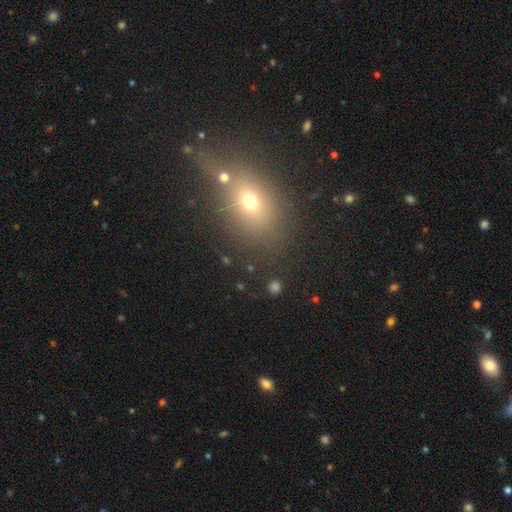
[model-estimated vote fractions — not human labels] Q: Smooth or featured?
A: smooth (52%); runner-up: star or artifact (34%)
Q: How rounded?
A: in between (57%); runner-up: round (38%)
Q: Merging?
A: none (70%); runner-up: minor disturbance (15%)